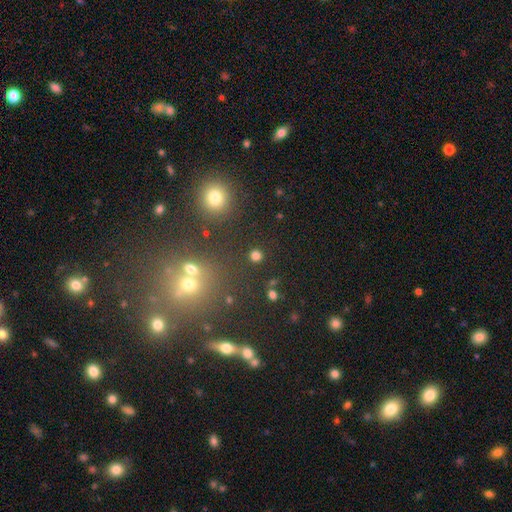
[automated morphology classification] type=smooth (77%); roundness=round (90%); merging=none (87%).